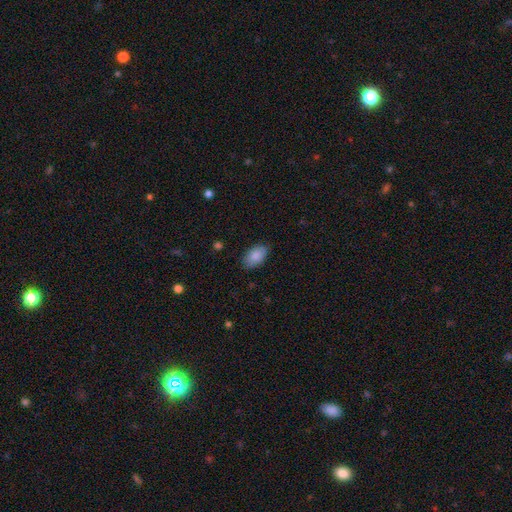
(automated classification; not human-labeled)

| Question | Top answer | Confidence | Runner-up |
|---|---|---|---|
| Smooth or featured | smooth | 86% | featured or disk (8%) |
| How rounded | in between | 94% | round (5%) |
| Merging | none | 83% | minor disturbance (13%) |